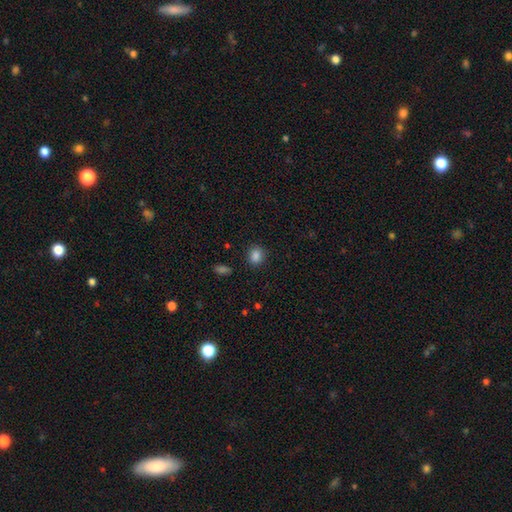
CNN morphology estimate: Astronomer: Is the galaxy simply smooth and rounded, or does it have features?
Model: smooth — 85%.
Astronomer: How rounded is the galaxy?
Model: round — 60% (runner-up: in between, 39%).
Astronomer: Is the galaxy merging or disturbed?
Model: none — 86%.